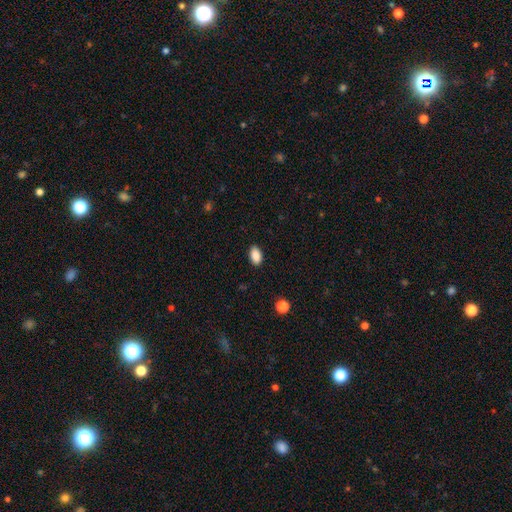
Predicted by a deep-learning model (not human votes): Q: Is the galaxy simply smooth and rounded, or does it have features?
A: smooth — 89%.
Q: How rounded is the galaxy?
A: in between — 92%.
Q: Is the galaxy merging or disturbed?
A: none — 89%.